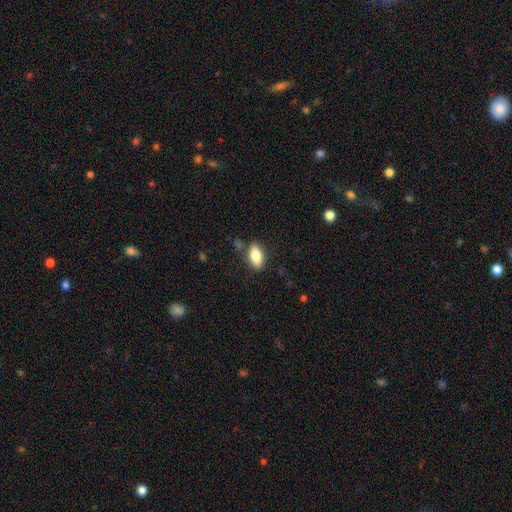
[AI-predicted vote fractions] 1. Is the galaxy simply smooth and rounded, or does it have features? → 82% smooth, 11% featured or disk, 7% star or artifact.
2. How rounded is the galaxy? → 85% in between, 11% cigar-shaped, 3% round.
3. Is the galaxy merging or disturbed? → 81% none, 13% minor disturbance, 3% merger, 3% major disturbance.